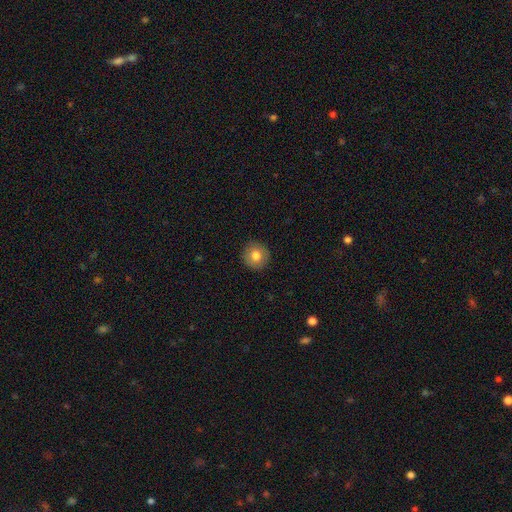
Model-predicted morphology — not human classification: Smooth or featured? smooth (80%)
How rounded? round (94%)
Merging? none (91%)